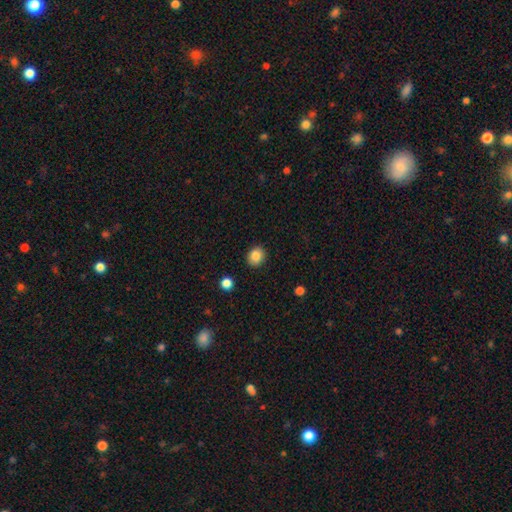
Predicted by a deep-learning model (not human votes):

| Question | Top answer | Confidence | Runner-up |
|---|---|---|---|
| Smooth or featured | smooth | 85% | star or artifact (10%) |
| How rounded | round | 66% | in between (33%) |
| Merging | none | 90% | minor disturbance (7%) |